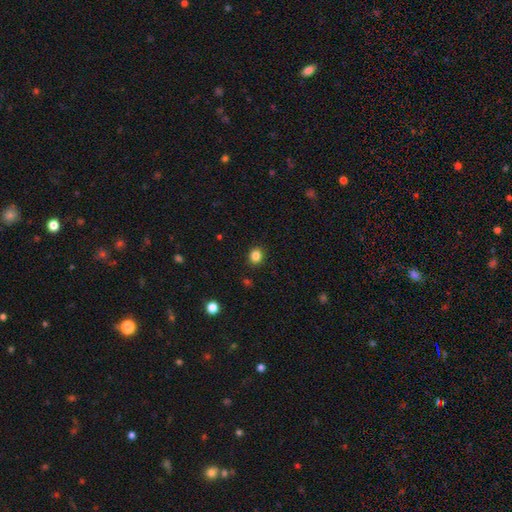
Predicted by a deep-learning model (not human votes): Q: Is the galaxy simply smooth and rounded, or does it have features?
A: smooth — 84%.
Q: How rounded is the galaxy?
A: round — 73%.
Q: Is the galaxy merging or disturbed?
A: none — 90%.